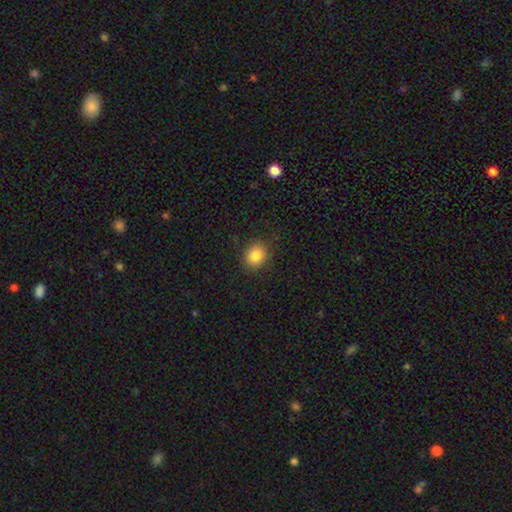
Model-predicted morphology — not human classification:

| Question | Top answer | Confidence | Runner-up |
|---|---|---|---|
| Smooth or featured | smooth | 84% | star or artifact (10%) |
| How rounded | round | 67% | in between (32%) |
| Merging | none | 87% | minor disturbance (9%) |